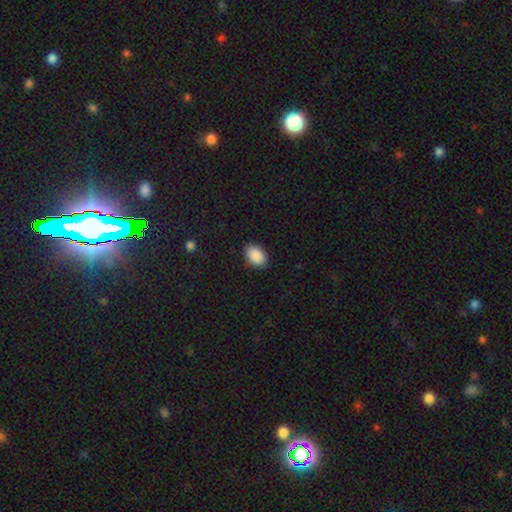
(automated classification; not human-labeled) Smooth or featured: smooth — 90% (star or artifact — 7%)
How rounded: in between — 84% (round — 15%)
Merging: none — 87% (minor disturbance — 10%)